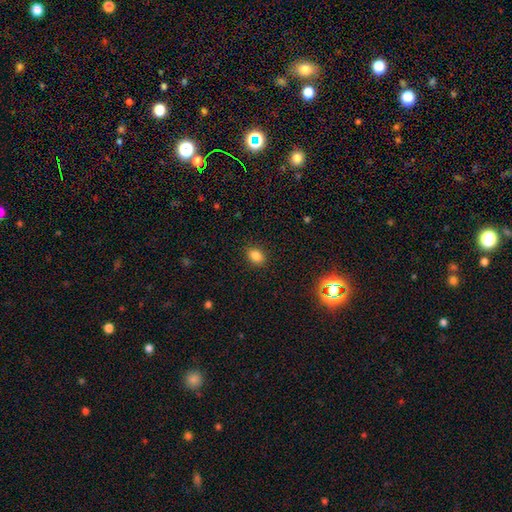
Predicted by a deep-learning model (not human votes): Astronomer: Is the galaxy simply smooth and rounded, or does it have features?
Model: smooth — 84%.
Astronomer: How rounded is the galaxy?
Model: in between — 70%.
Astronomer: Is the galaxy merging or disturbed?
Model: none — 87%.